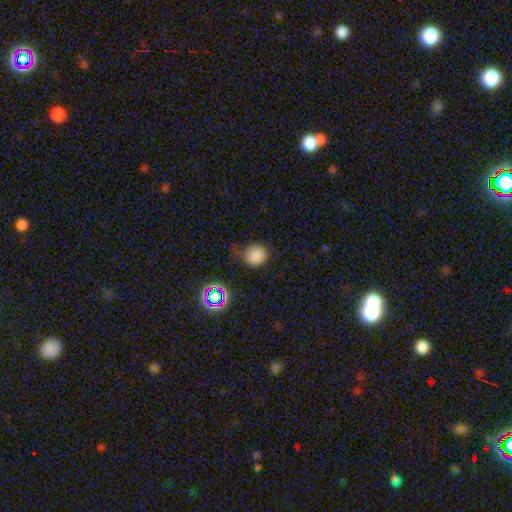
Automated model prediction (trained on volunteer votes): Smooth or featured: smooth — 80% (star or artifact — 15%)
How rounded: round — 89% (in between — 10%)
Merging: none — 73% (minor disturbance — 19%)